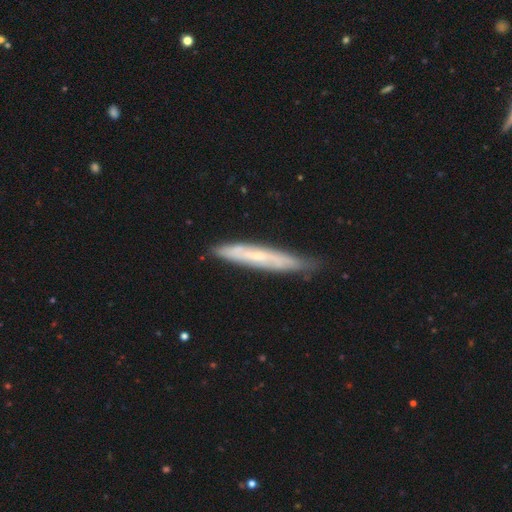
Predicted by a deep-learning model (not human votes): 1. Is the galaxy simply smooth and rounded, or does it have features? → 57% featured or disk, 37% smooth, 6% star or artifact.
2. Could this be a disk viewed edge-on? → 68% yes, 32% no.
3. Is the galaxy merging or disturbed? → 74% none, 20% minor disturbance, 3% major disturbance, 2% merger.